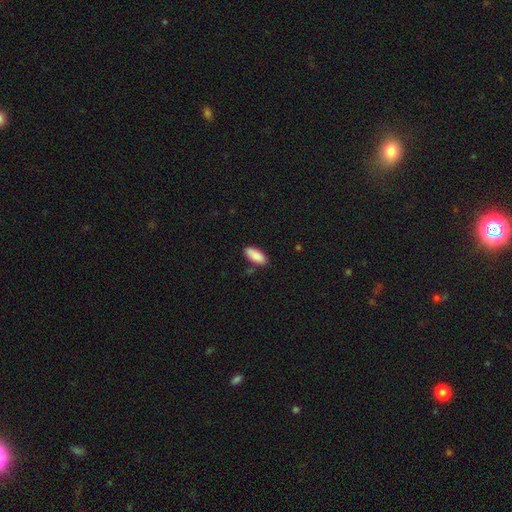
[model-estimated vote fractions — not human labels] This appears to be a smooth galaxy with no disk features (89%) that is in between round and cigar-shaped (87%). Merging: none (81%).